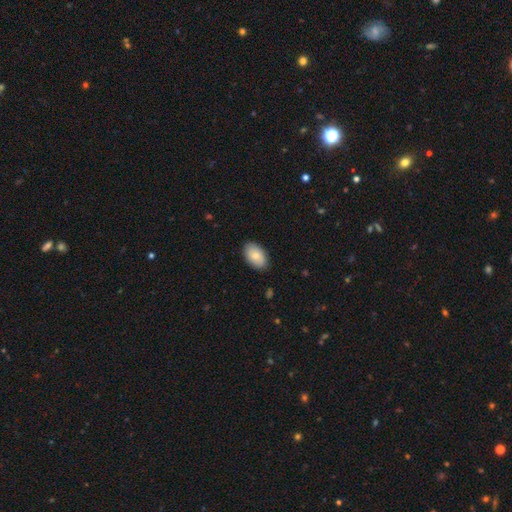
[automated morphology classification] type=smooth (80%); roundness=in between (93%); merging=none (87%).